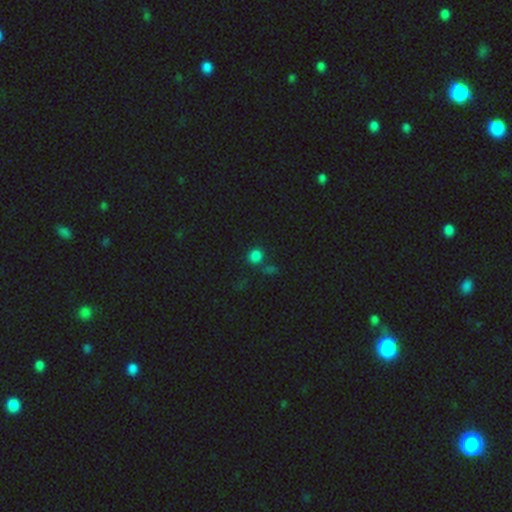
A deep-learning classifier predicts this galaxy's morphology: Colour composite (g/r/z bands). It shows a smooth galaxy with no disk features (74%) that is round (85%). Merging: none (68%).